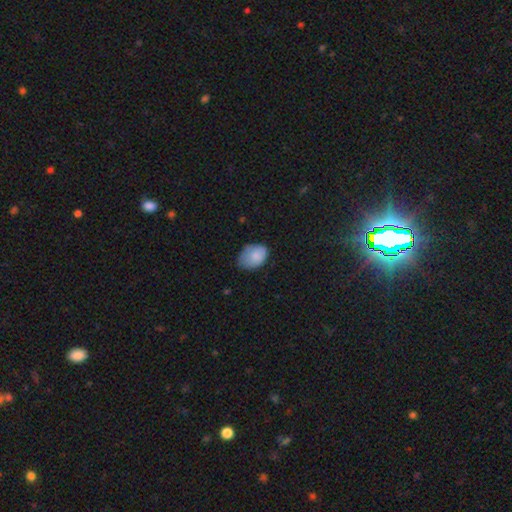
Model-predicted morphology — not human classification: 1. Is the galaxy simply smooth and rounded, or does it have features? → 82% smooth, 10% featured or disk, 8% star or artifact.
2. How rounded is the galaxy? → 78% in between, 21% round, 1% cigar-shaped.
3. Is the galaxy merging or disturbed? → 46% none, 42% minor disturbance, 10% major disturbance, 2% merger.